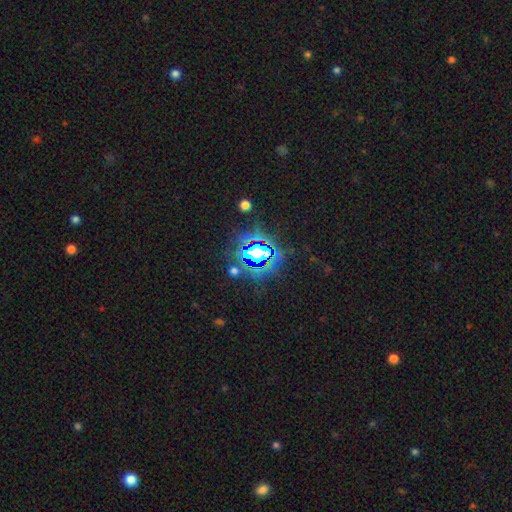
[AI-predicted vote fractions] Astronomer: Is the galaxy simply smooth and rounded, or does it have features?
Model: star or artifact — 79%.